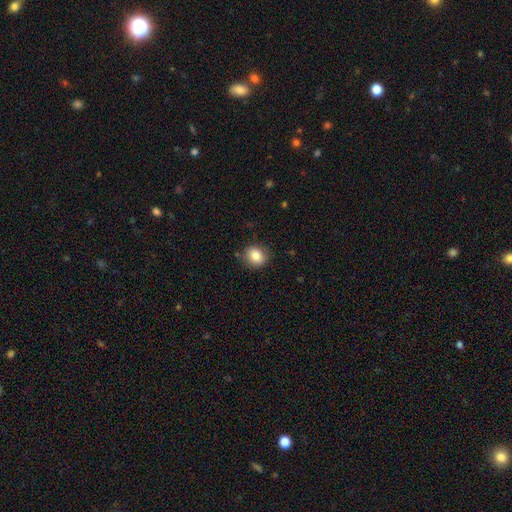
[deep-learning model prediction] The model was most divided on "how rounded": round: 74%, in between: 25%, cigar-shaped: 1%. More confident: merging — none (84%); smooth or featured — smooth (84%).